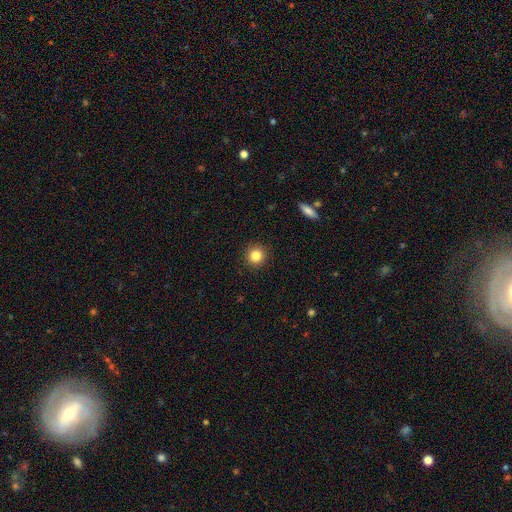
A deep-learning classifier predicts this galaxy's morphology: Smooth or featured? smooth (84%)
How rounded? round (94%)
Merging? none (92%)